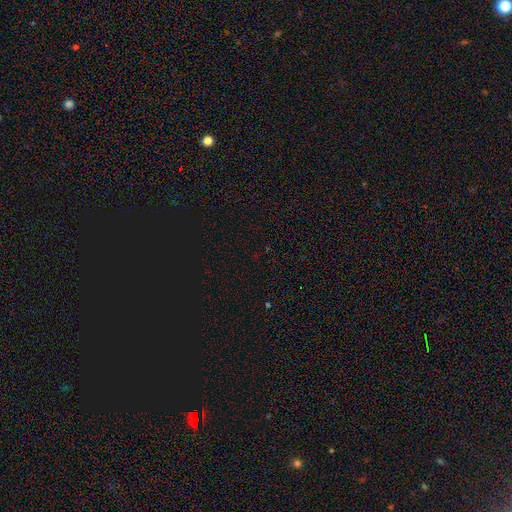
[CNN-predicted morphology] Smooth or featured: star or artifact — 73% (smooth — 20%)